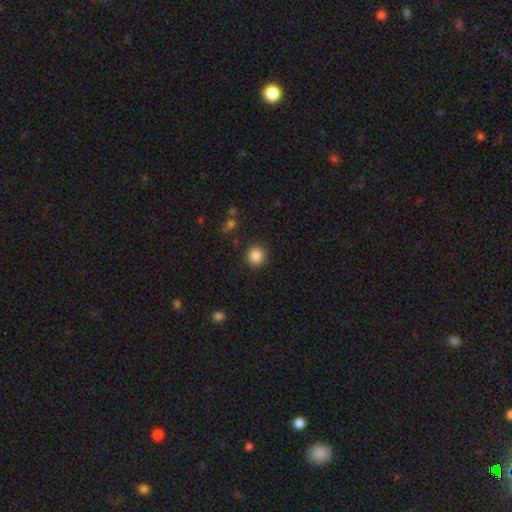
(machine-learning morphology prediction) smooth_or_featured: smooth (p=0.86) [alt: star or artifact p=0.10]
how_rounded: round (p=0.92) [alt: in between p=0.07]
merging: none (p=0.90) [alt: minor disturbance p=0.06]